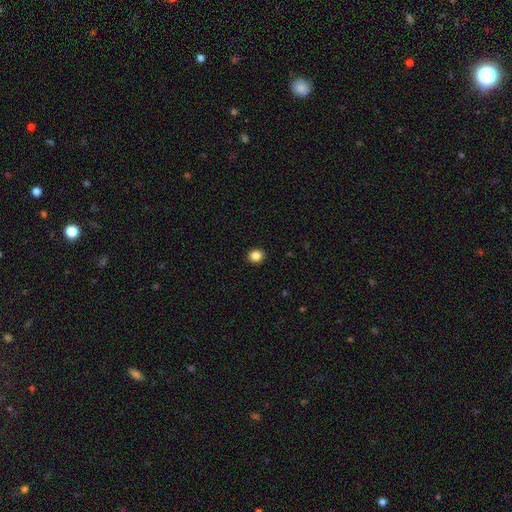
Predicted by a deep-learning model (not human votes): Overall: smooth (86%). How rounded: round (80%). Merging: none (92%).